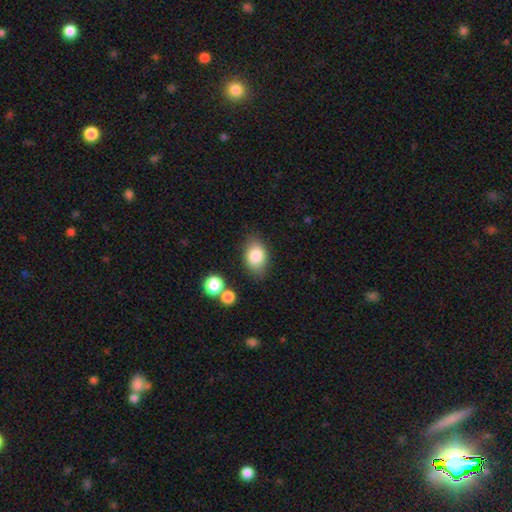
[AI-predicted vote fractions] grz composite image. It shows a smooth galaxy with no disk features (83%) that is in between round and cigar-shaped (84%). Merging: none (76%).